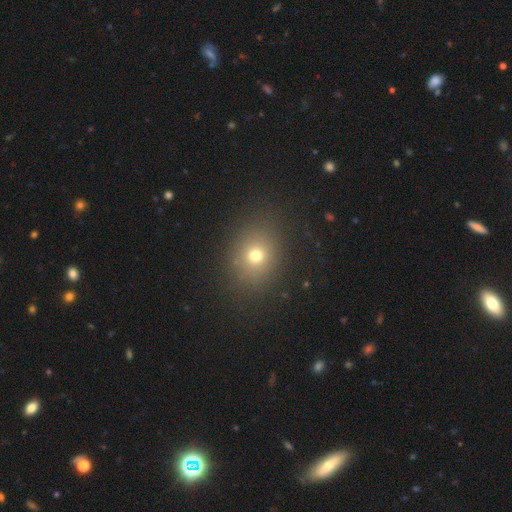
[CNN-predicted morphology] type=smooth (69%); roundness=round (61%); merging=none (85%).